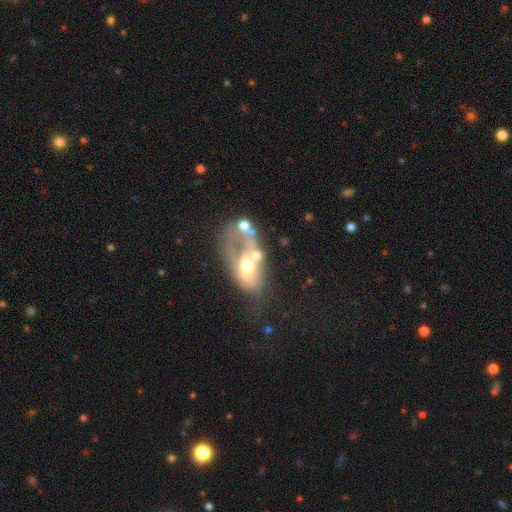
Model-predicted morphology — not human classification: This is possibly a featured or disk galaxy (54%). It is clearly not viewed edge-on (95%). Bar: clearly no (84%). Spiral arm pattern: clearly no (82%). Central bulge: possibly moderate (58%). Merging: marginally merger (44%).